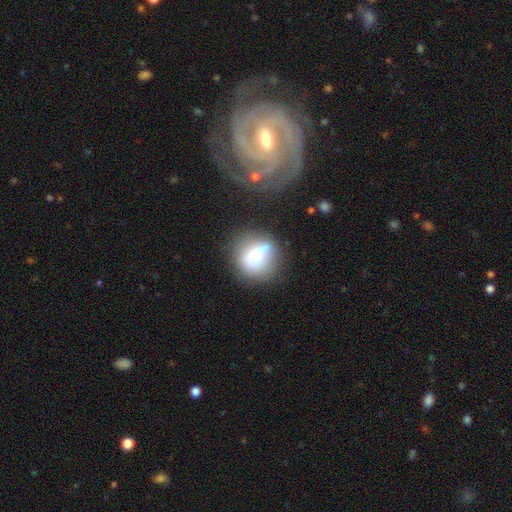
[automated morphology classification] type=smooth (58%); roundness=round (80%); merging=none (69%).